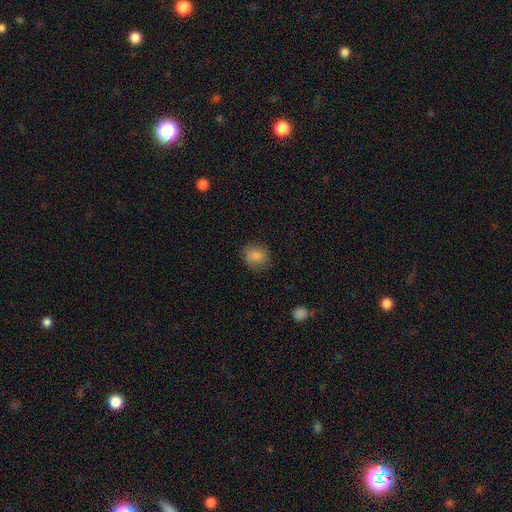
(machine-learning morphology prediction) Smooth or featured? Predicted: smooth (p=0.83). How rounded? Predicted: round (p=0.72). Merging? Predicted: none (p=0.78).